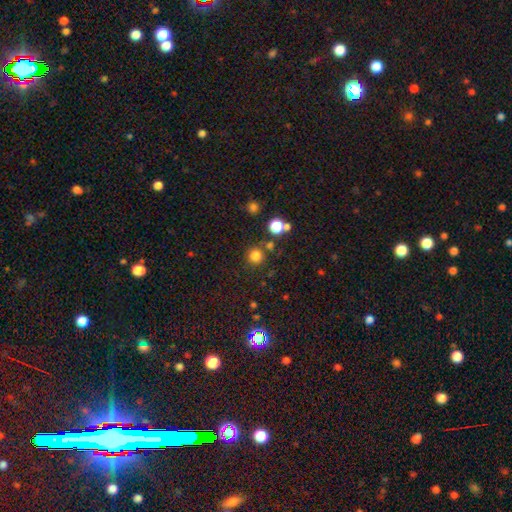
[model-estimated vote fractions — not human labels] Smooth or featured: smooth — 78% (star or artifact — 17%)
How rounded: round — 94% (in between — 5%)
Merging: none — 81% (merger — 8%)